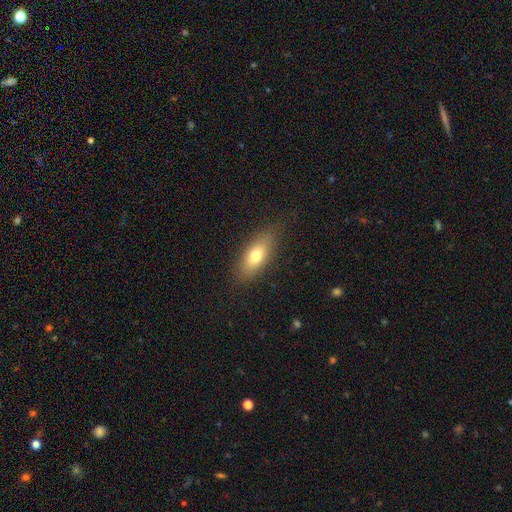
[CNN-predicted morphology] The model was most divided on "smooth or featured": smooth: 72%, featured or disk: 19%, star or artifact: 8%. More confident: merging — none (83%); how rounded — in between (78%).